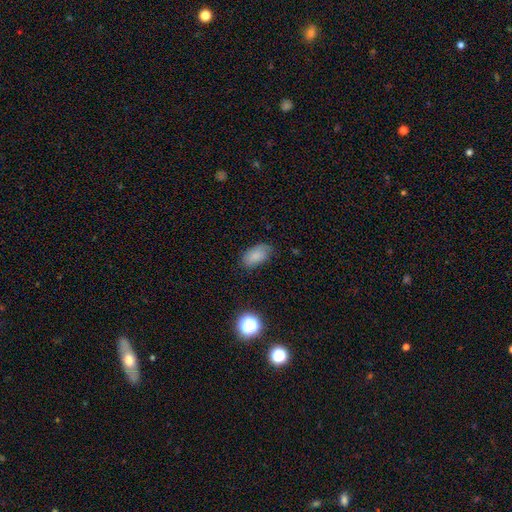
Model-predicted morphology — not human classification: type=smooth (82%); roundness=in between (92%); merging=none (73%).